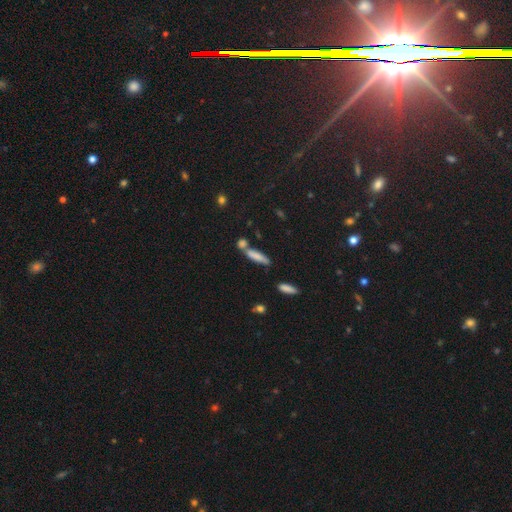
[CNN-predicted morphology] Smooth or featured: smooth — 75% (featured or disk — 16%)
How rounded: cigar-shaped — 71% (in between — 26%)
Merging: none — 55% (merger — 27%)